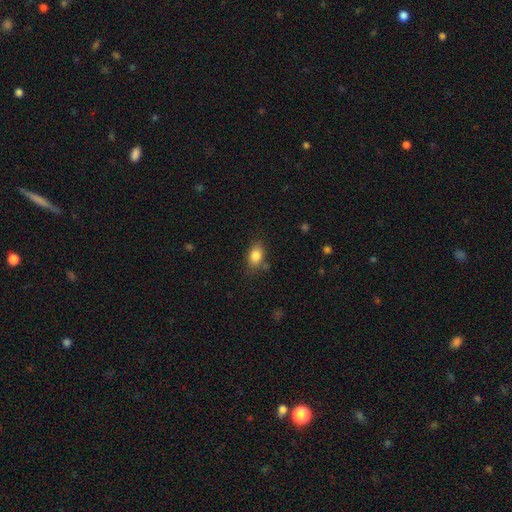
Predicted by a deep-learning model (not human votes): Overall: smooth (83%). How rounded: in between (81%). Merging: none (77%).